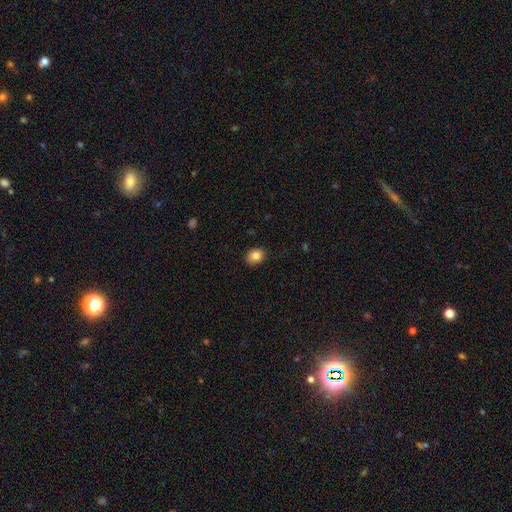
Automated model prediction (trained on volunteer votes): smooth 85%, star or artifact 9%, featured or disk 6%. Down the decision tree: how rounded — in between (62%); merging — none (87%).